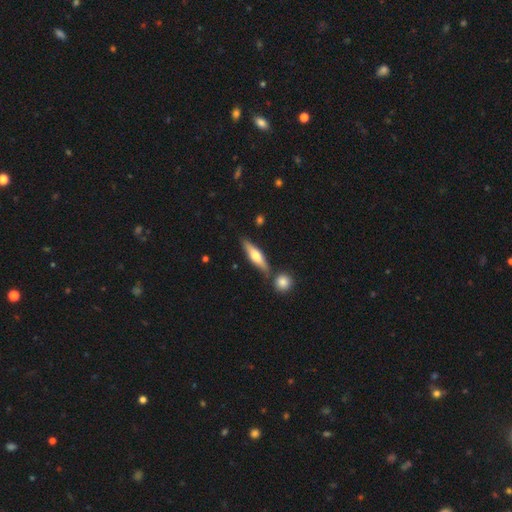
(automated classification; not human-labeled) Smooth or featured? smooth (47%, tied with featured or disk)
Merging? none (79%)